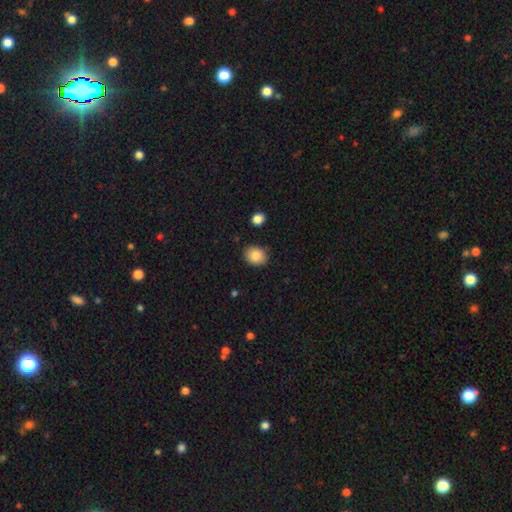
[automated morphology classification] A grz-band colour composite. It shows a smooth galaxy with no disk features (87%) that is in between round and cigar-shaped (54%). Merging: none (85%).